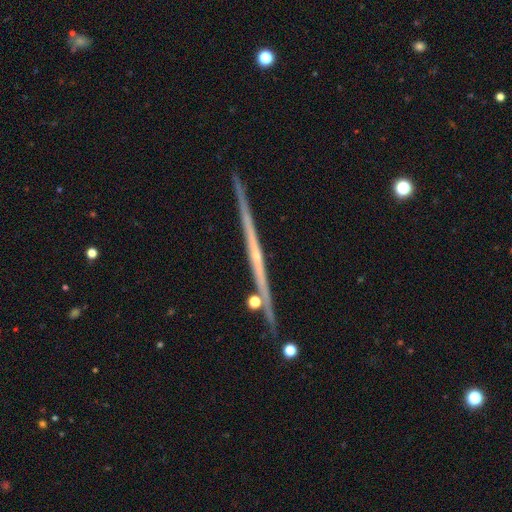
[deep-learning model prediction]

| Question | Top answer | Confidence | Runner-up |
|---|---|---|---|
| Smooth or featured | featured or disk | 78% | smooth (15%) |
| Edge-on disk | yes | 98% | no (2%) |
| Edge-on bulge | none | 70% | rounded (24%) |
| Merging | none | 88% | minor disturbance (8%) |